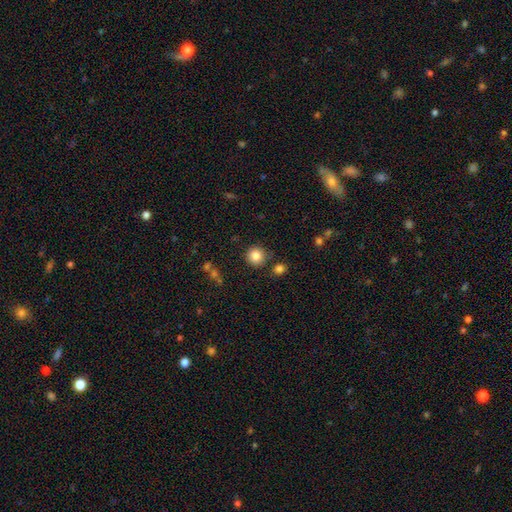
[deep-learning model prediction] Smooth or featured: smooth — 85% (star or artifact — 10%)
How rounded: round — 93% (in between — 6%)
Merging: none — 84% (minor disturbance — 8%)